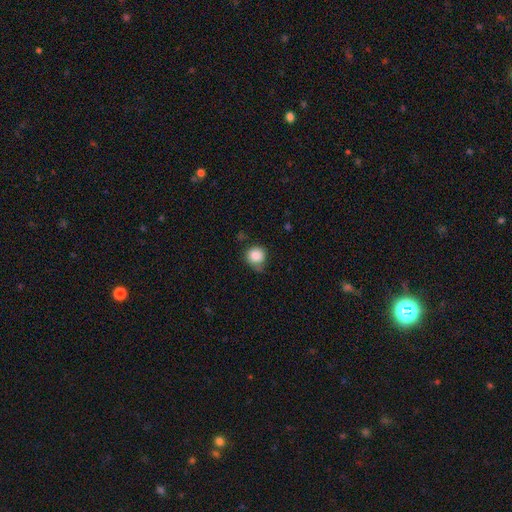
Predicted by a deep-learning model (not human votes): smooth 85%, star or artifact 9%, featured or disk 6%. Down the decision tree: how rounded — round (89%); merging — none (57%).